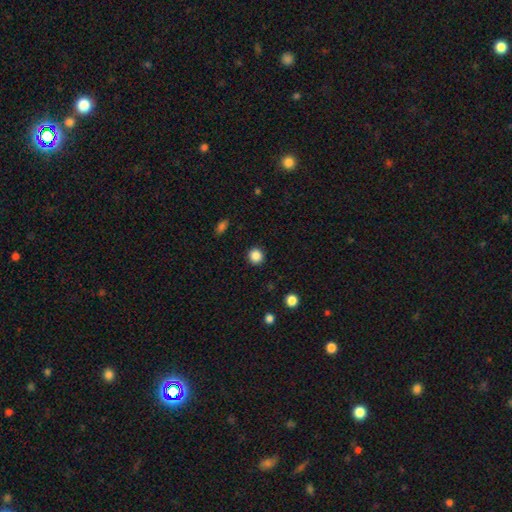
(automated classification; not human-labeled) Overall: smooth (87%). How rounded: round (93%). Merging: none (92%).